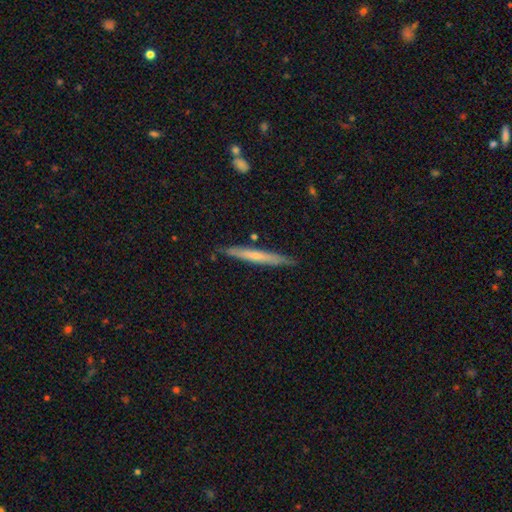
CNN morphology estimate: A smooth galaxy with no disk features (47%, tied with featured or disk).

Vote fractions:
- Smooth or featured? smooth: 47% (tied) / featured or disk: 47% (tied) / star or artifact: 6%
- Merging? none: 86% / minor disturbance: 11% / merger: 2% / major disturbance: 2%